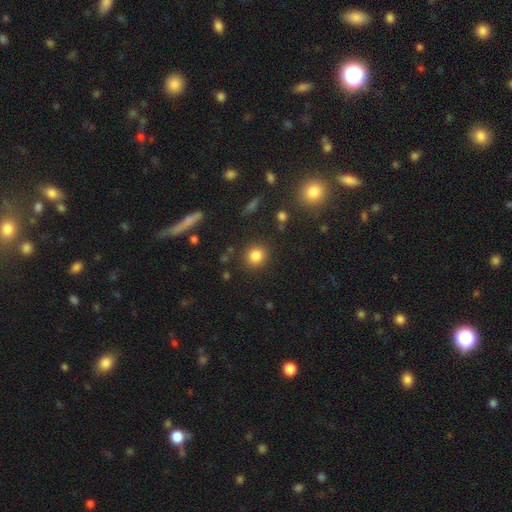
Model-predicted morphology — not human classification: A smooth galaxy with no disk features (83%) that is round (88%). Merging: none (88%).